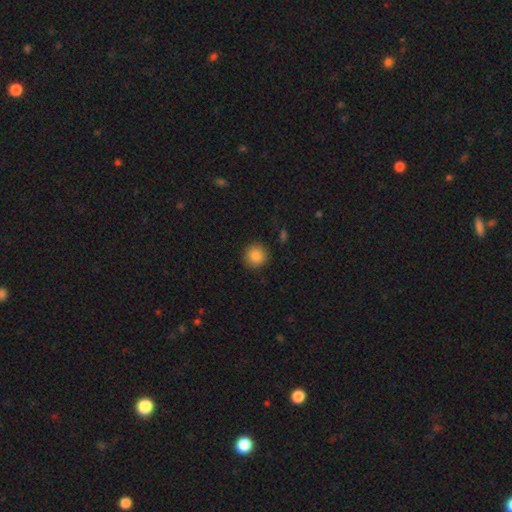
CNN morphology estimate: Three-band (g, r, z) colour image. It shows a smooth galaxy with no disk features (86%) that is round (93%). Merging: none (90%).